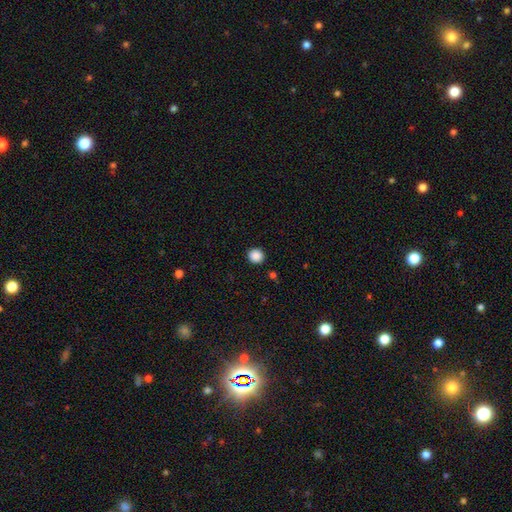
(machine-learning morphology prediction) smooth_or_featured: smooth (p=0.88) [alt: star or artifact p=0.09]
how_rounded: round (p=0.90) [alt: in between p=0.09]
merging: none (p=0.92) [alt: minor disturbance p=0.05]